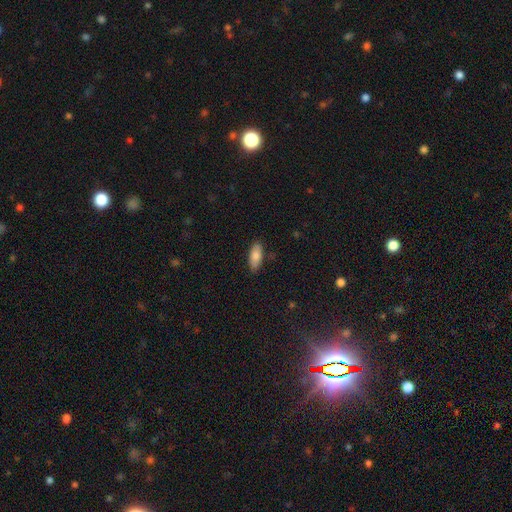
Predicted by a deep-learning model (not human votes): smooth 81%, featured or disk 12%, star or artifact 6%. Down the decision tree: how rounded — in between (81%); merging — none (85%).